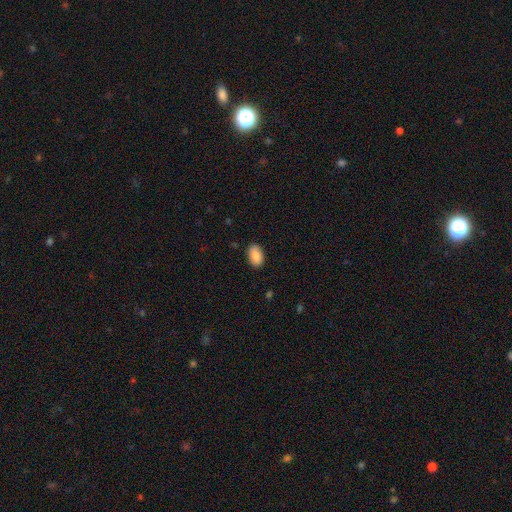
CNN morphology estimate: This appears to be a smooth galaxy with no disk features (85%) that is in between round and cigar-shaped (92%). Merging: none (85%).